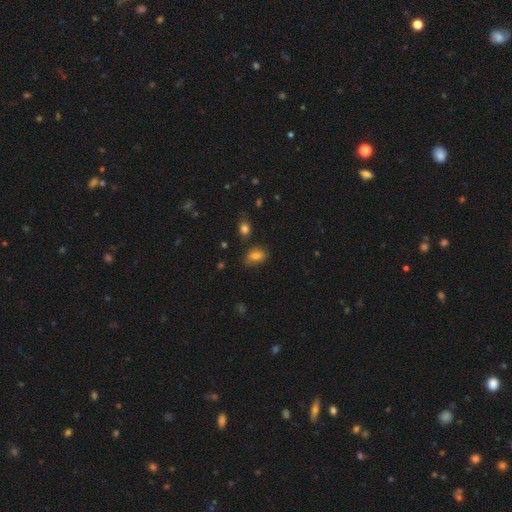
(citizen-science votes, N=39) This is clearly a smooth galaxy (85%). How rounded: likely in between (76%). Merging: possibly none (54%).